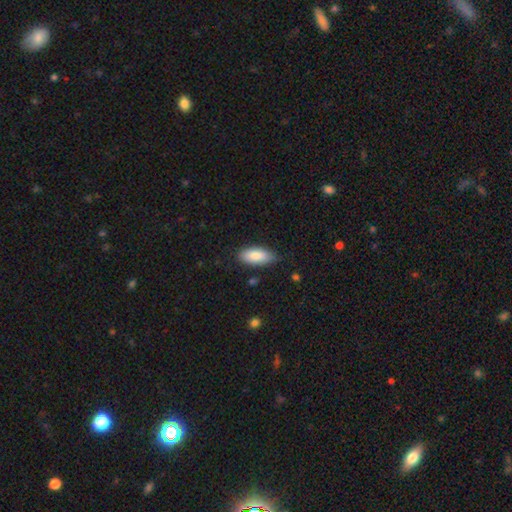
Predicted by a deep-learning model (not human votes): smooth 87%, featured or disk 7%, star or artifact 6%. Down the decision tree: how rounded — in between (86%); merging — none (77%).